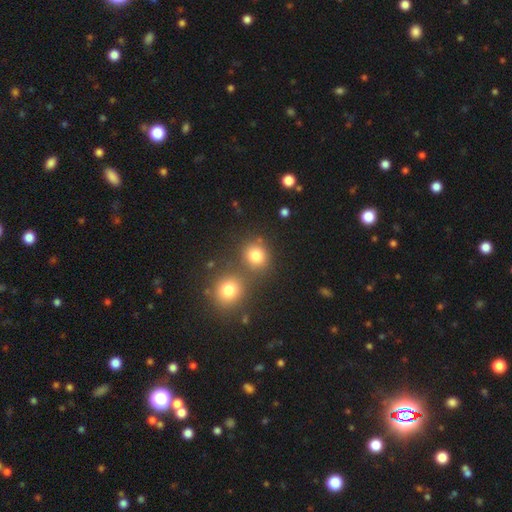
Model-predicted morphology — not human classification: Smooth or featured? Predicted: smooth (p=0.79). How rounded? Predicted: round (p=0.84). Merging? Predicted: none (p=0.62).